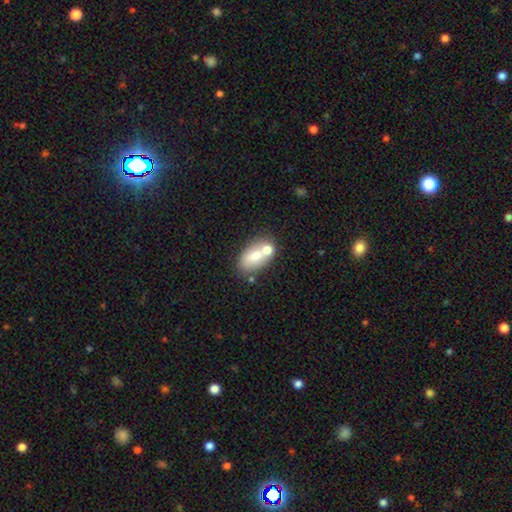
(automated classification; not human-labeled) A smooth galaxy with no disk features (66%) that is in between round and cigar-shaped (86%). Merging: none (44%).